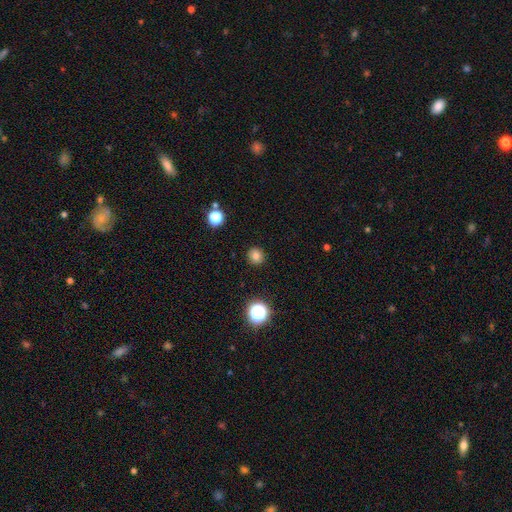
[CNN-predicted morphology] Q: Smooth or featured?
A: smooth (79%); runner-up: star or artifact (14%)
Q: How rounded?
A: round (90%); runner-up: in between (9%)
Q: Merging?
A: none (91%); runner-up: minor disturbance (6%)